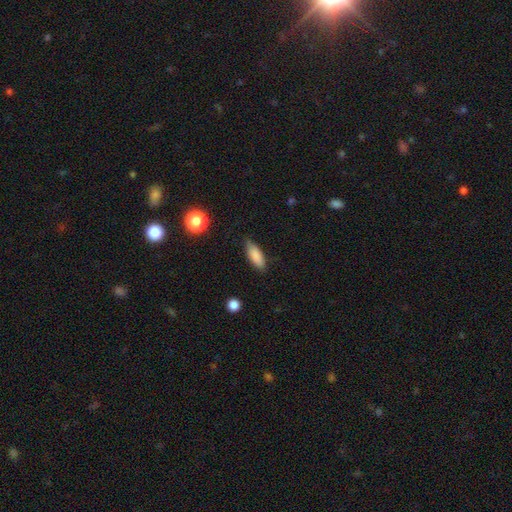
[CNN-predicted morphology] A smooth galaxy with no disk features (85%) that is in between round and cigar-shaped (71%).

Vote fractions:
- Smooth or featured? smooth: 85% / featured or disk: 8% / star or artifact: 7%
- How rounded? in between: 71% / cigar-shaped: 27% / round: 2%
- Merging? none: 77% / minor disturbance: 19% / major disturbance: 3% / merger: 1%